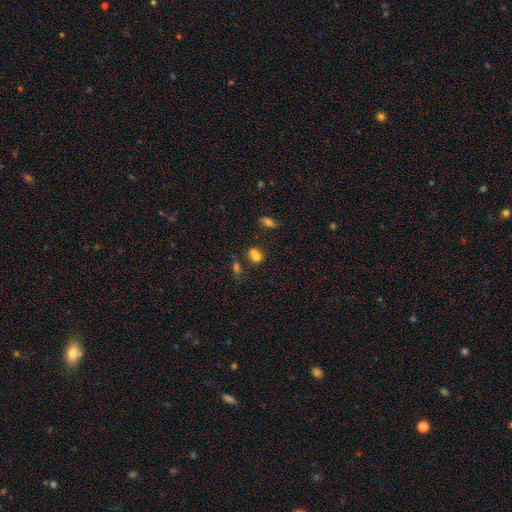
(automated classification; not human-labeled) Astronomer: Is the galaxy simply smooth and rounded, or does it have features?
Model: smooth — 73%.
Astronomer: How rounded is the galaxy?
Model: round — 59% (runner-up: in between, 40%).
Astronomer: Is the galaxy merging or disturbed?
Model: merger — 44% (runner-up: none, 38%).